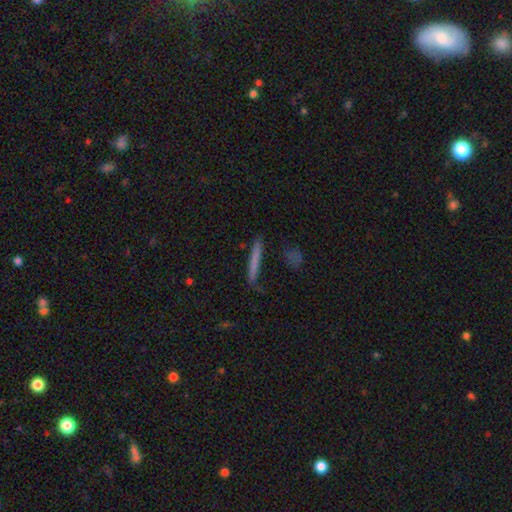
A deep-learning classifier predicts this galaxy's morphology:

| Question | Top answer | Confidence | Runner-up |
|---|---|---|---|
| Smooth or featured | smooth | 67% | featured or disk (25%) |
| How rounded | cigar-shaped | 96% | in between (3%) |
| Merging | none | 82% | minor disturbance (12%) |